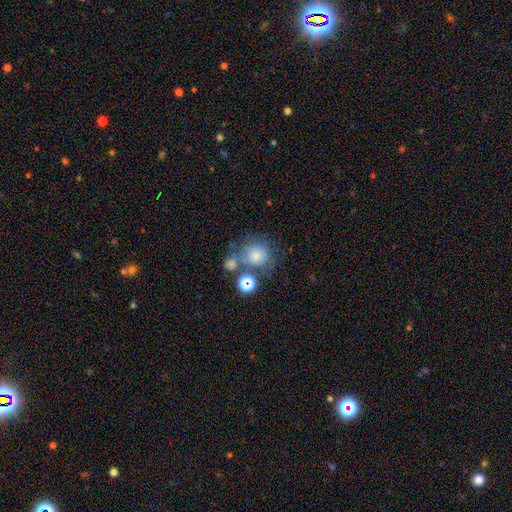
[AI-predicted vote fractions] smooth 63%, featured or disk 20%, star or artifact 17%. Down the decision tree: how rounded — round (79%); merging — none (46%).